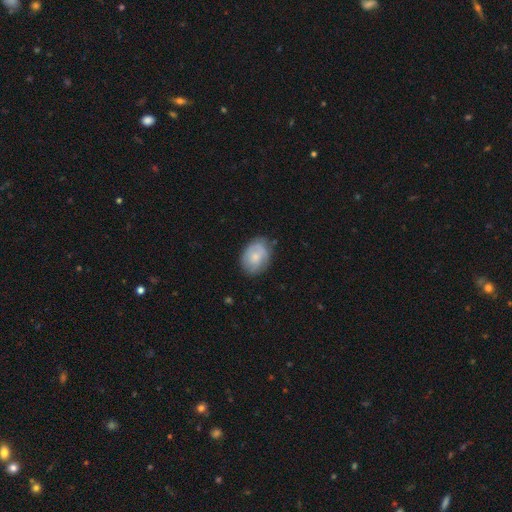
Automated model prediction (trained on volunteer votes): Smooth or featured: smooth — 65% (featured or disk — 28%)
How rounded: in between — 72% (round — 27%)
Merging: none — 68% (minor disturbance — 24%)